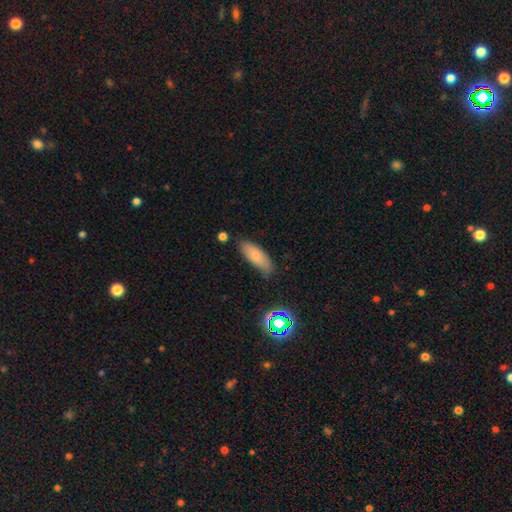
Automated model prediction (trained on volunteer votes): A smooth galaxy with no disk features (73%) that is in between round and cigar-shaped (70%).

Vote fractions:
- Smooth or featured? smooth: 73% / featured or disk: 18% / star or artifact: 9%
- How rounded? in between: 70% / cigar-shaped: 27% / round: 2%
- Merging? none: 73% / minor disturbance: 21% / major disturbance: 4% / merger: 3%